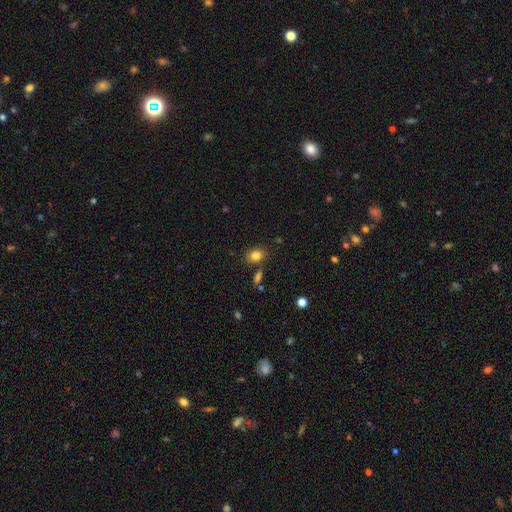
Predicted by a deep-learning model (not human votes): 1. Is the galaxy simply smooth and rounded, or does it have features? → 82% smooth, 11% star or artifact, 8% featured or disk.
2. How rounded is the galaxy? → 67% in between, 32% round, 1% cigar-shaped.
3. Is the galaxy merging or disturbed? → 79% none, 12% minor disturbance, 7% merger, 3% major disturbance.